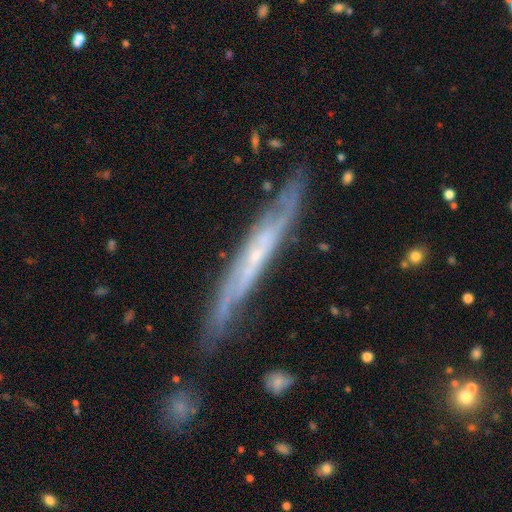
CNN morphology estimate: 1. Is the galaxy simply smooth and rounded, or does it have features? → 76% featured or disk, 18% smooth, 6% star or artifact.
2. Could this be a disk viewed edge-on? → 73% yes, 27% no.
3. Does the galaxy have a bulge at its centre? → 65% none, 31% rounded, 4% boxy.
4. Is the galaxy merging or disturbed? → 77% none, 17% minor disturbance, 4% major disturbance, 2% merger.